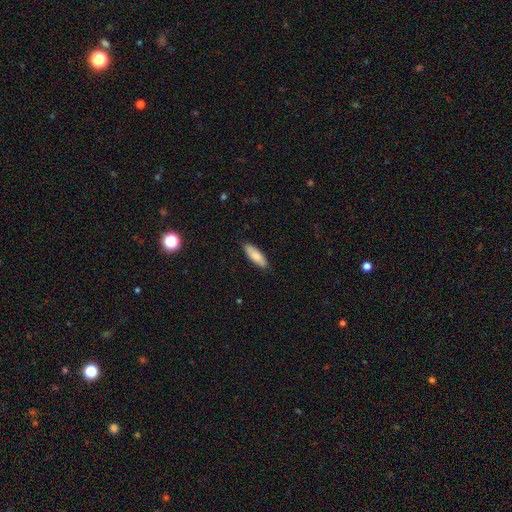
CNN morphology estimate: type=smooth (84%); roundness=in between (52%); merging=none (88%).